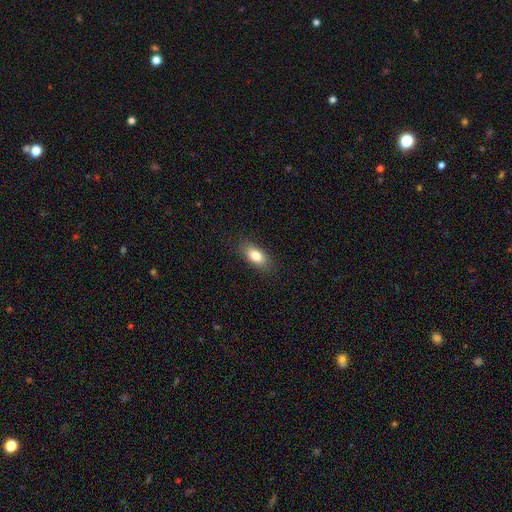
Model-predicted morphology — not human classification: smooth-or-featured: smooth: 82% | featured or disk: 11% | star or artifact: 7%
  how-rounded: in between: 85% | cigar-shaped: 10% | round: 5%
  merging: none: 86% | minor disturbance: 11% | major disturbance: 3% | merger: 1%